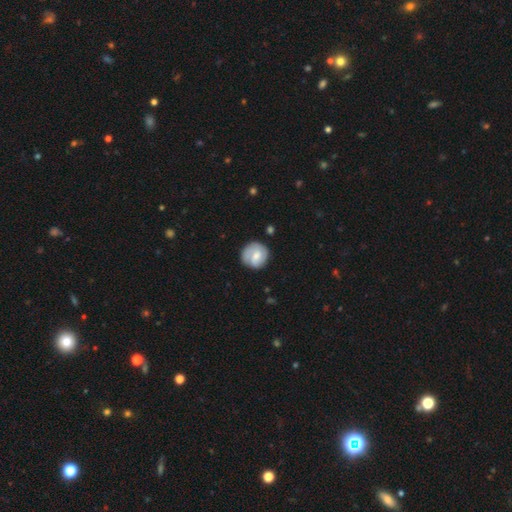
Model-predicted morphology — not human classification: The model was most divided on "smooth or featured": smooth: 56%, featured or disk: 38%, star or artifact: 6%. More confident: how rounded — round (87%); merging — none (74%).